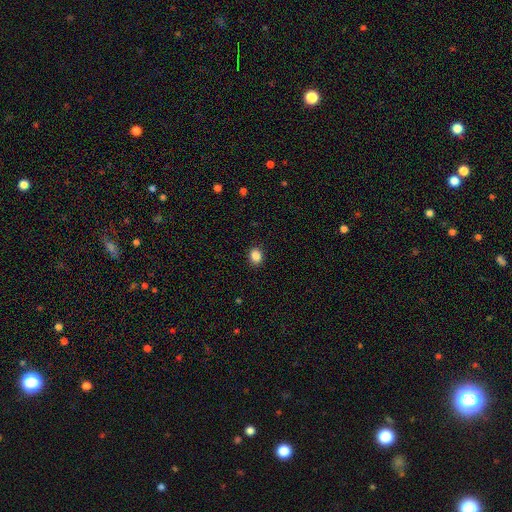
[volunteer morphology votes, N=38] Q: Smooth or featured?
A: smooth (97%); runner-up: star or artifact (3%)
Q: How rounded?
A: in between (51%); runner-up: round (49%)
Q: Merging?
A: none (89%); runner-up: minor disturbance (11%)